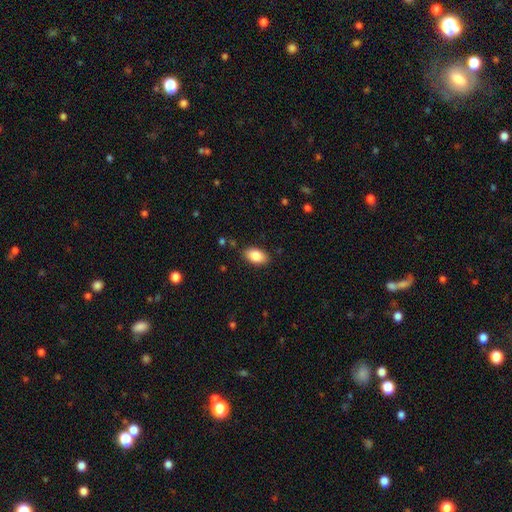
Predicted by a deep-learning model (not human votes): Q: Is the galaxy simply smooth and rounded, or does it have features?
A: smooth — 86%.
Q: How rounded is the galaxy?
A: in between — 93%.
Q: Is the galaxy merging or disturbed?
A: none — 86%.